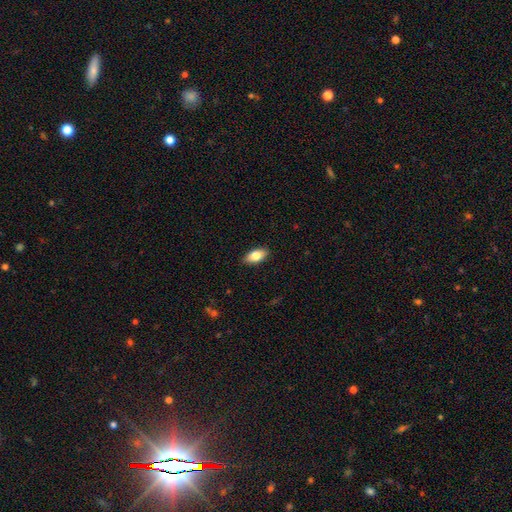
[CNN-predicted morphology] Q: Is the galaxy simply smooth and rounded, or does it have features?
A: smooth — 82%.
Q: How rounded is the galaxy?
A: in between — 91%.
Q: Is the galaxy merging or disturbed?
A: none — 88%.